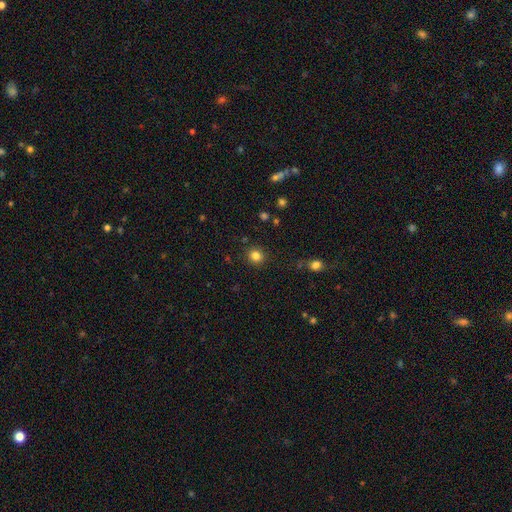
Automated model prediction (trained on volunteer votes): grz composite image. It shows a smooth galaxy with no disk features (83%) that is round (88%). Merging: none (89%).